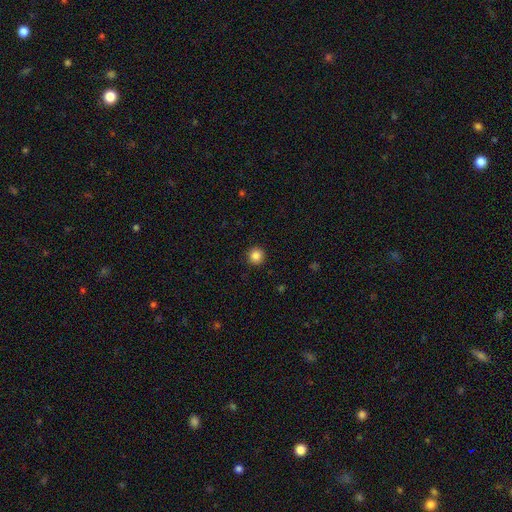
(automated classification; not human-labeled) Smooth or featured?
  - smooth: 86% *
  - star or artifact: 10%
  - featured or disk: 4%
How rounded?
  - round: 96% *
  - in between: 4%
  - cigar-shaped: 1%
Merging?
  - none: 92% *
  - minor disturbance: 5%
  - major disturbance: 2%
  - merger: 1%